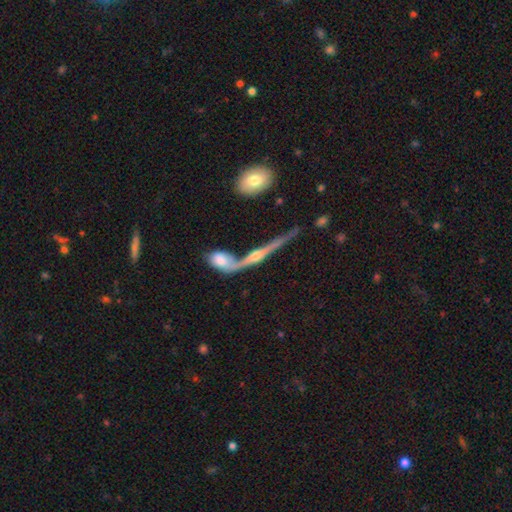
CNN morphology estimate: A featured or disk galaxy (72%) viewed edge-on (86%) with a rounded central bulge (86%).

Vote fractions:
- Smooth or featured? featured or disk: 72% / smooth: 19% / star or artifact: 9%
- Edge-on disk? yes: 86% / no: 14%
- Edge-on bulge? rounded: 86% / none: 8% / boxy: 7%
- Merging? none: 41% / merger: 36% / minor disturbance: 13% / major disturbance: 10%